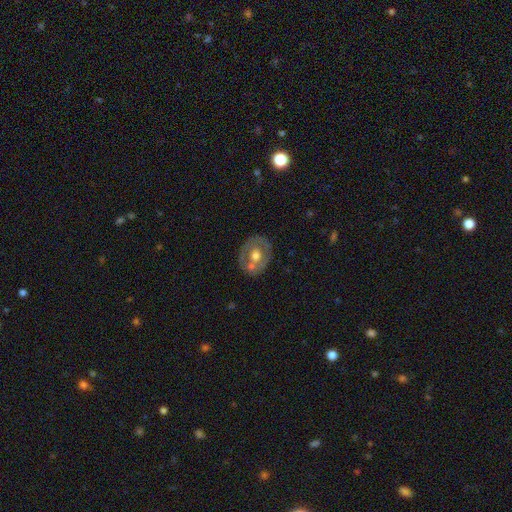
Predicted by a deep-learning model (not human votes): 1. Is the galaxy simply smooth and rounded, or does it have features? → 52% featured or disk, 41% smooth, 7% star or artifact.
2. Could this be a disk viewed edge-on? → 94% no, 6% yes.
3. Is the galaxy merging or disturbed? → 61% none, 18% merger, 15% minor disturbance, 5% major disturbance.